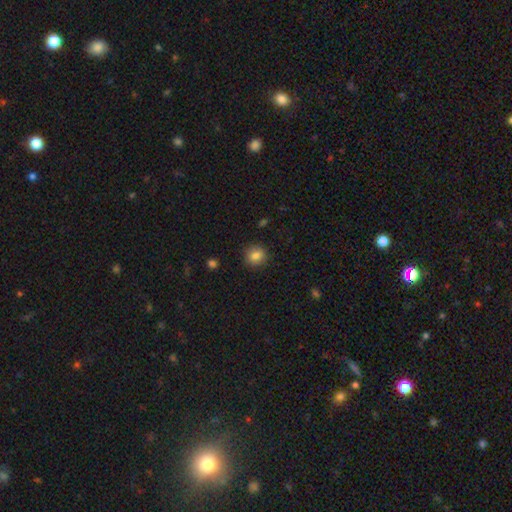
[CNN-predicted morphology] smooth_or_featured: smooth (p=0.84) [alt: star or artifact p=0.10]
how_rounded: round (p=0.84) [alt: in between p=0.15]
merging: none (p=0.89) [alt: minor disturbance p=0.07]